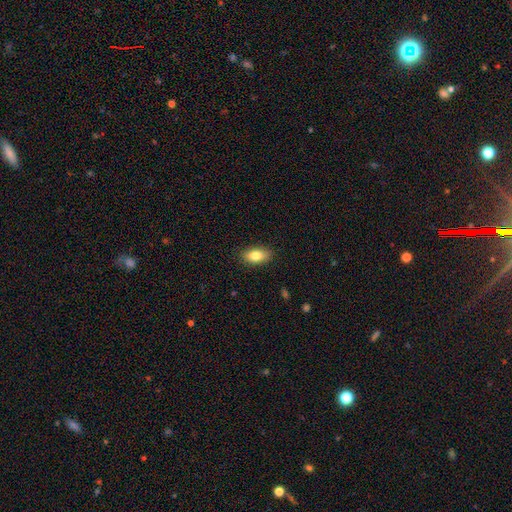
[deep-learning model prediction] smooth 83%, featured or disk 10%, star or artifact 8%. Down the decision tree: how rounded — in between (89%); merging — none (88%).